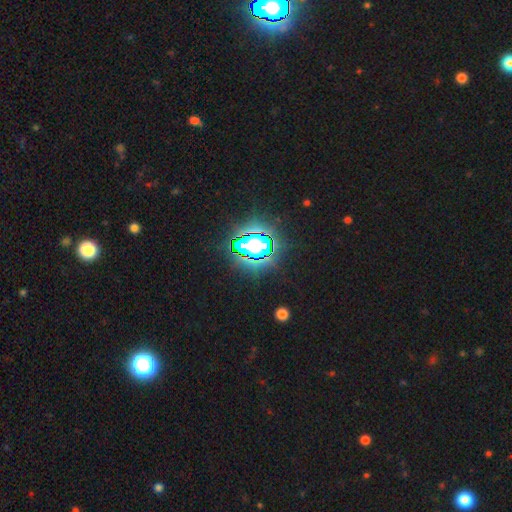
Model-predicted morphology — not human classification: Q: Smooth or featured?
A: star or artifact (82%); runner-up: smooth (12%)